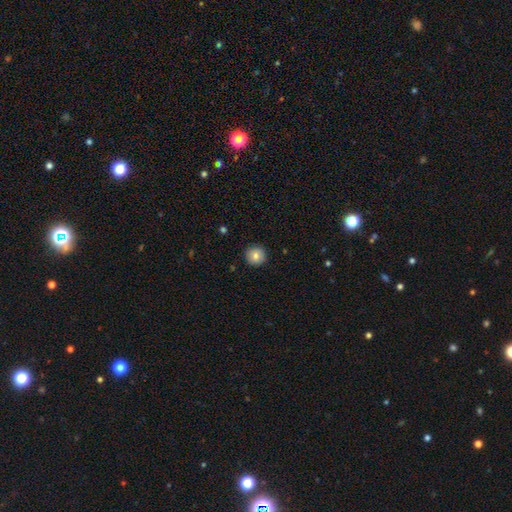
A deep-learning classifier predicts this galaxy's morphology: Smooth or featured? smooth (80%)
How rounded? round (95%)
Merging? none (91%)